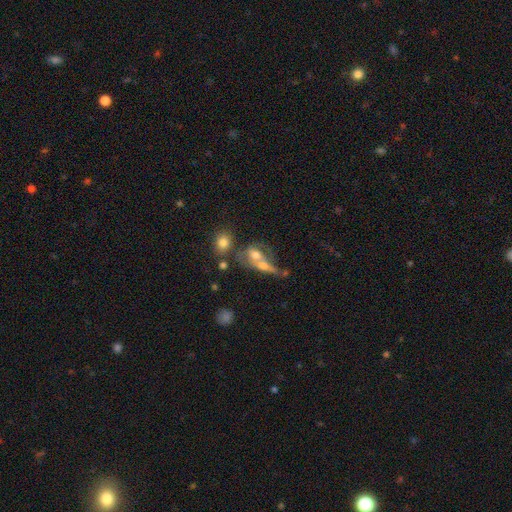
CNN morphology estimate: smooth 46%, featured or disk 39%, star or artifact 14%. Down the decision tree: merging — merger (55%).